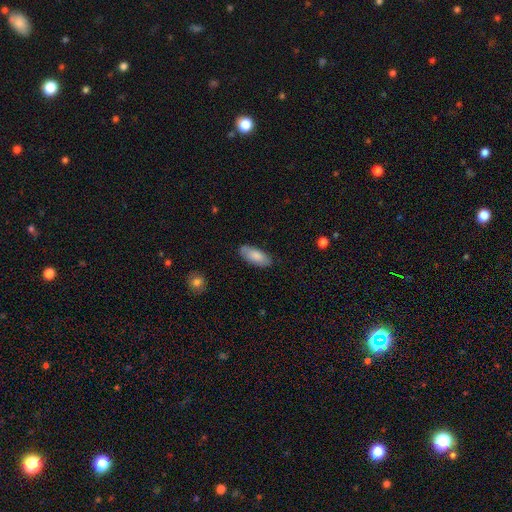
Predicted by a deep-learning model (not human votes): This is clearly a smooth galaxy (83%). How rounded: clearly in between (84%). Merging: clearly none (83%).